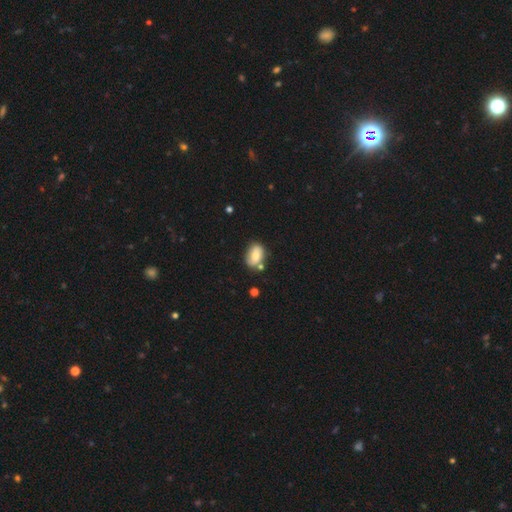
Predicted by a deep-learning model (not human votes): Smooth or featured? smooth (76%)
How rounded? in between (85%)
Merging? none (60%)